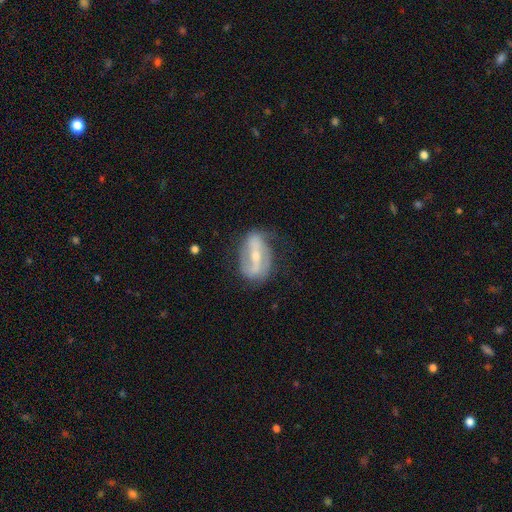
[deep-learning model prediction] A featured or disk galaxy (78%) with a strong bar (65%), 2 (79%) loose (39%) spiral arms (81%) and a small central bulge (53%). Merging: none (62%).